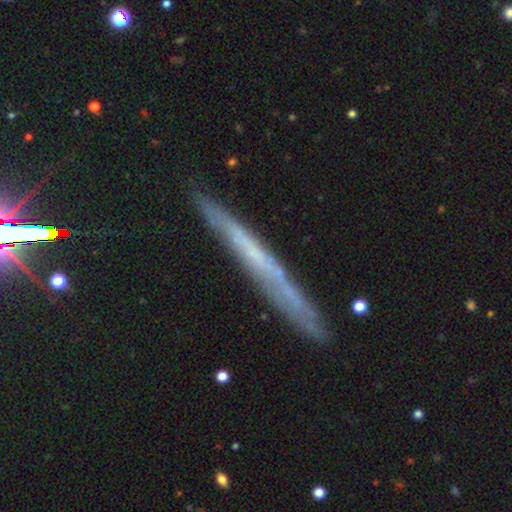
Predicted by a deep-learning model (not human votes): This is possibly a featured or disk galaxy (58%). It is clearly viewed edge-on (92%). Edge-on bulge: clearly none (88%). Merging: clearly none (84%).